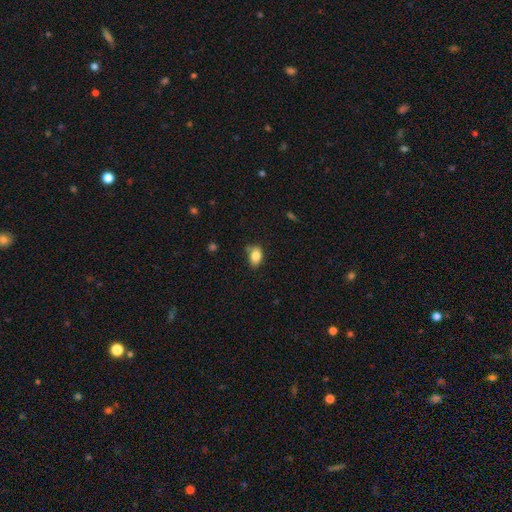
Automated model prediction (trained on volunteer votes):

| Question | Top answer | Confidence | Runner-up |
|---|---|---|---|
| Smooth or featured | smooth | 84% | star or artifact (9%) |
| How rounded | in between | 82% | round (16%) |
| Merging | none | 69% | minor disturbance (20%) |